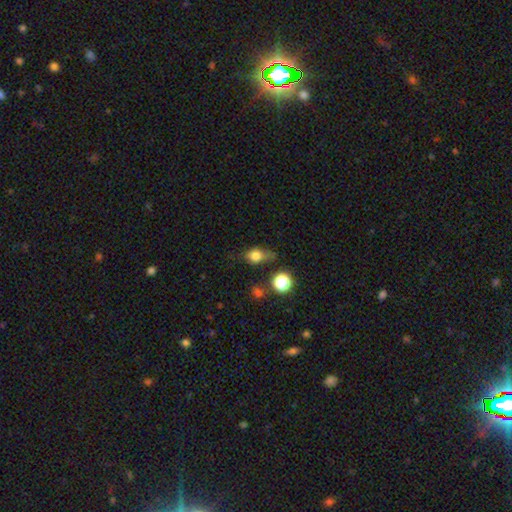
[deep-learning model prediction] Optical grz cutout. It shows a smooth galaxy with no disk features (75%) that is in between round and cigar-shaped (54%). Merging: none (50%).